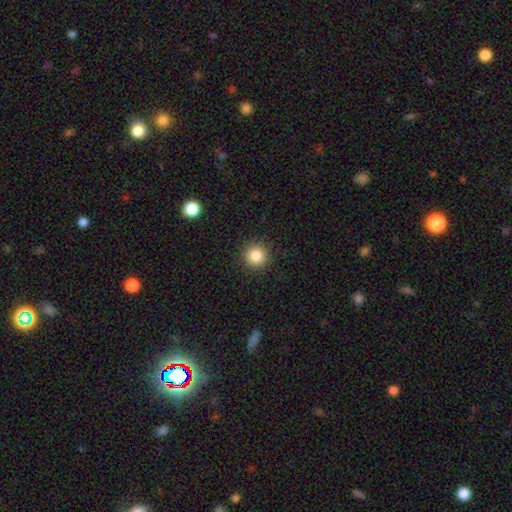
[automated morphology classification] This is clearly a smooth galaxy (85%). How rounded: clearly round (95%). Merging: clearly none (91%).